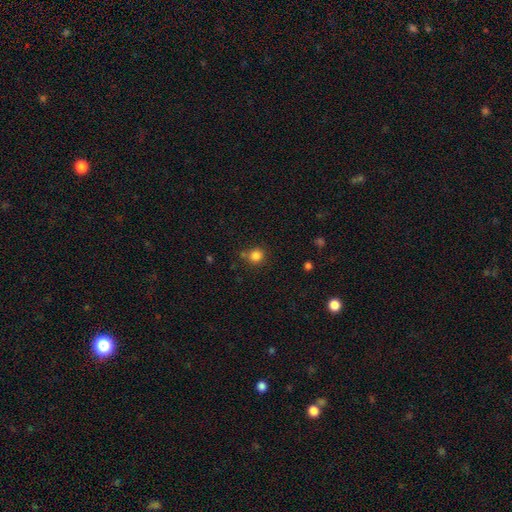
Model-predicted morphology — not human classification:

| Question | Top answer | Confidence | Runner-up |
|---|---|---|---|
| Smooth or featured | smooth | 83% | star or artifact (12%) |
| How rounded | round | 88% | in between (11%) |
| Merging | none | 74% | minor disturbance (13%) |